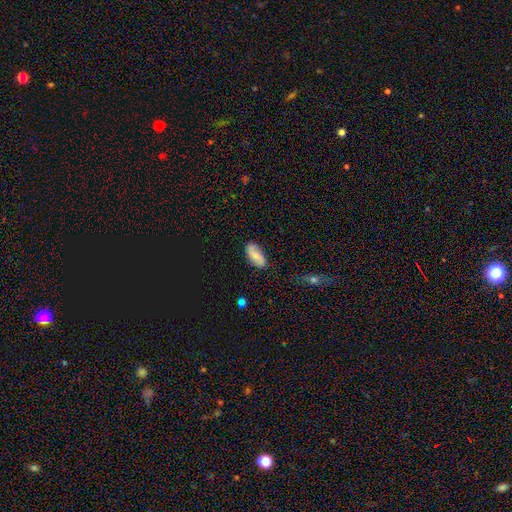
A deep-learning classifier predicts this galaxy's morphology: Smooth or featured?
  - smooth: 52% *
  - featured or disk: 41%
  - star or artifact: 7%
How rounded?
  - in between: 89% *
  - cigar-shaped: 8%
  - round: 3%
Merging?
  - none: 80% *
  - minor disturbance: 15%
  - major disturbance: 3%
  - merger: 2%